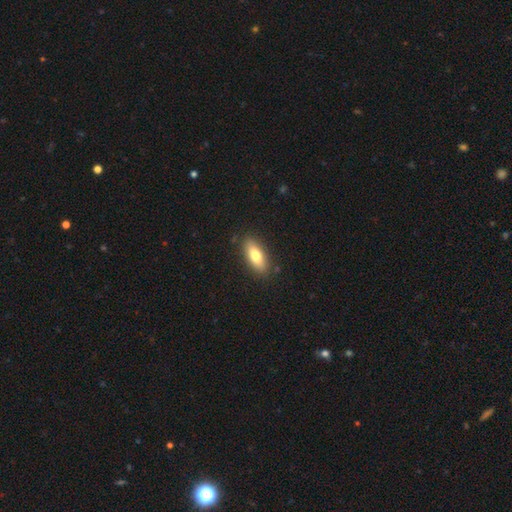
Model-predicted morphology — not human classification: Smooth or featured: smooth — 76% (featured or disk — 17%)
How rounded: in between — 79% (cigar-shaped — 19%)
Merging: none — 86% (minor disturbance — 11%)